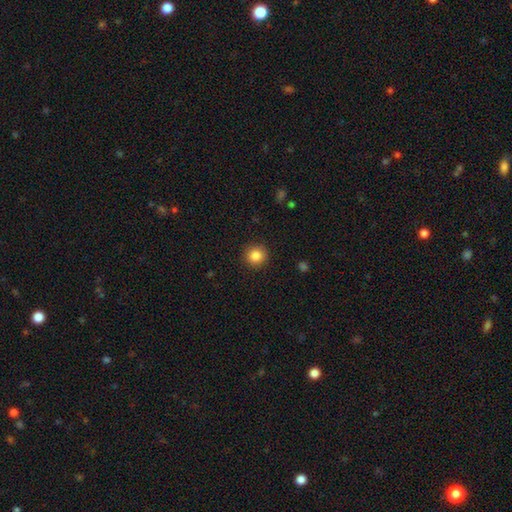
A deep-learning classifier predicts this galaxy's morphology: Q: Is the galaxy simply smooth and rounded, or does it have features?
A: smooth — 85%.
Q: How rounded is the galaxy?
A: round — 94%.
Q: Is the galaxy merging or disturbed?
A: none — 92%.